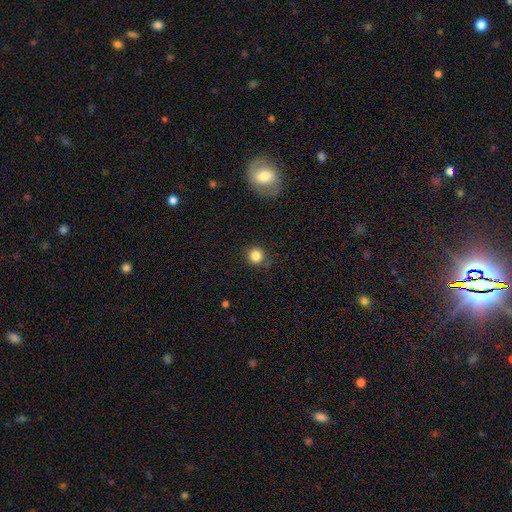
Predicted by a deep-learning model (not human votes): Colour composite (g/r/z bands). It shows a smooth galaxy with no disk features (84%) that is round (91%). Merging: none (84%).